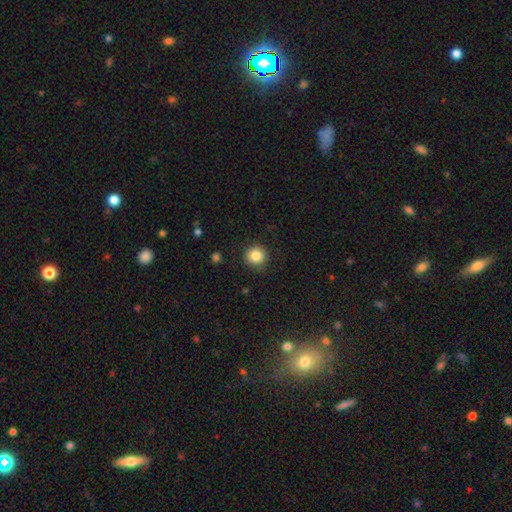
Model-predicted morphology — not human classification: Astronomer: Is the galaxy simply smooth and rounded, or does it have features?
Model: smooth — 86%.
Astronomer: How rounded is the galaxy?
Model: round — 93%.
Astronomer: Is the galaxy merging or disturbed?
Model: none — 88%.